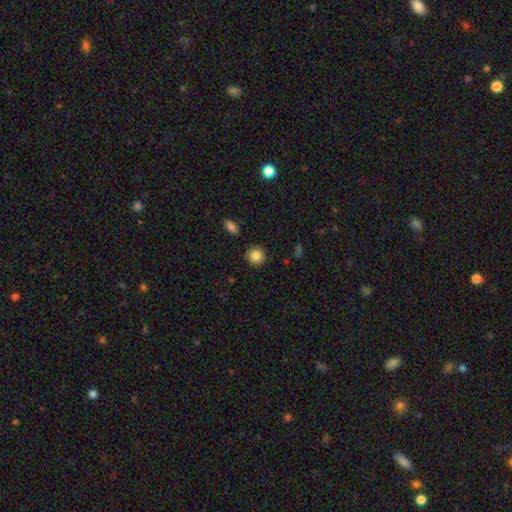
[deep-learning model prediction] A smooth galaxy with no disk features (86%) that is round (92%).

Vote fractions:
- Smooth or featured? smooth: 86% / star or artifact: 9% / featured or disk: 5%
- How rounded? round: 92% / in between: 7% / cigar-shaped: 1%
- Merging? none: 90% / minor disturbance: 6% / major disturbance: 2% / merger: 2%